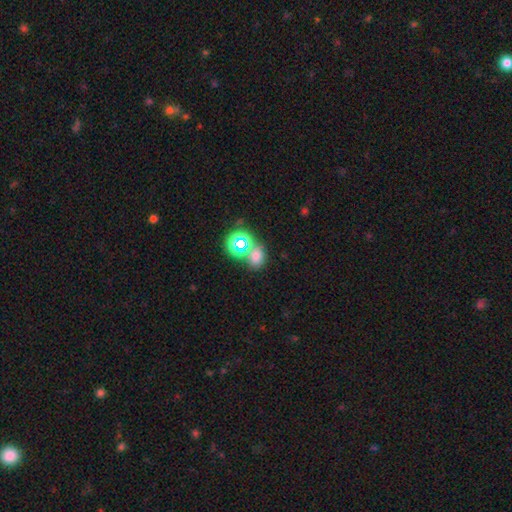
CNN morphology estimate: smooth_or_featured: smooth (p=0.60) [alt: star or artifact p=0.32]
how_rounded: round (p=0.51) [alt: in between p=0.48]
merging: none (p=0.56) [alt: merger p=0.29]